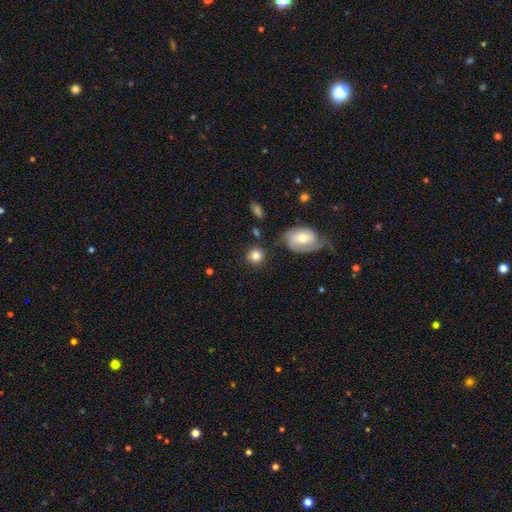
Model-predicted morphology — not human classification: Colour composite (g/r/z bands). It shows a smooth galaxy with no disk features (82%) that is round (84%). Merging: none (80%).